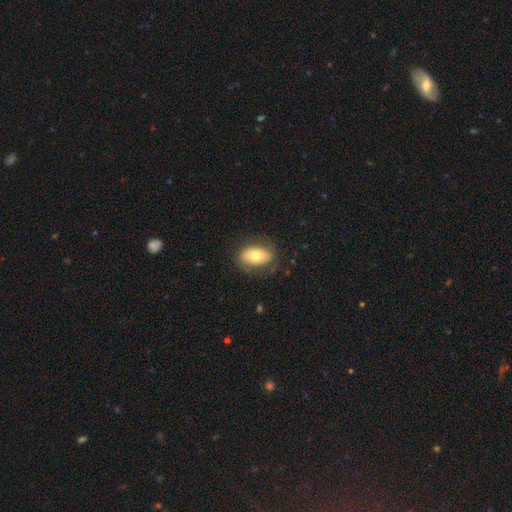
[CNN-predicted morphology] A smooth galaxy with no disk features (70%) that is in between round and cigar-shaped (89%).

Vote fractions:
- Smooth or featured? smooth: 70% / featured or disk: 23% / star or artifact: 7%
- How rounded? in between: 89% / round: 9% / cigar-shaped: 2%
- Merging? none: 77% / minor disturbance: 16% / major disturbance: 6% / merger: 1%